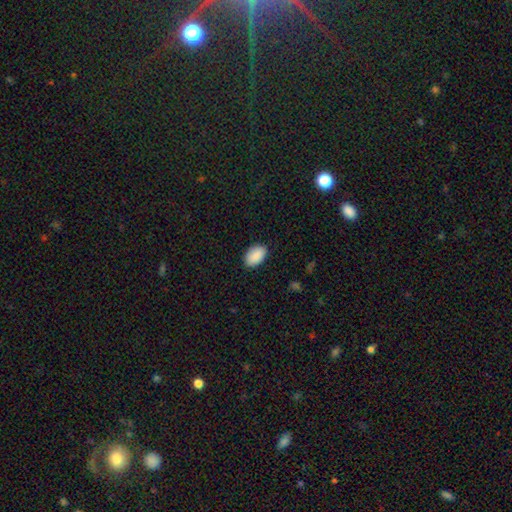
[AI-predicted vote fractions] A smooth galaxy with no disk features (91%) that is in between round and cigar-shaped (92%).

Vote fractions:
- Smooth or featured? smooth: 91% / star or artifact: 6% / featured or disk: 3%
- How rounded? in between: 92% / round: 7% / cigar-shaped: 1%
- Merging? none: 87% / minor disturbance: 10% / major disturbance: 2% / merger: 1%